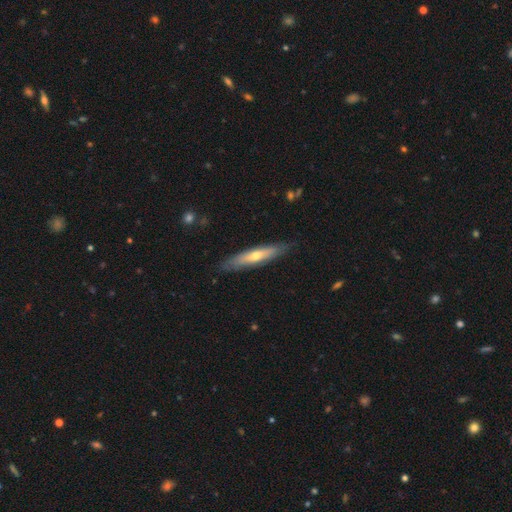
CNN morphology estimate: featured or disk 51%, smooth 43%, star or artifact 6%. Down the decision tree: edge-on disk — yes (79%); merging — none (86%).